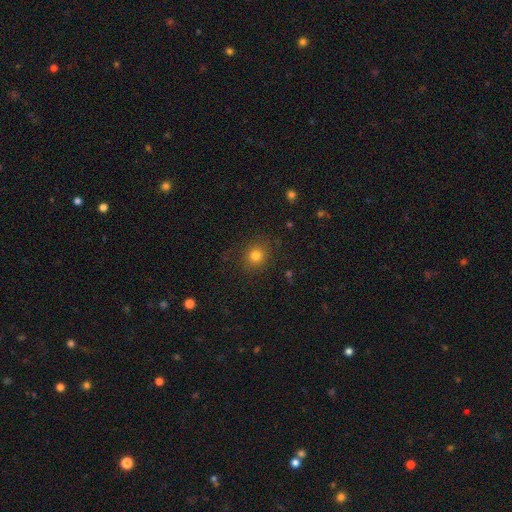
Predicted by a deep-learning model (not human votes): A smooth galaxy with no disk features (79%) that is round (85%).

Vote fractions:
- Smooth or featured? smooth: 79% / star or artifact: 14% / featured or disk: 7%
- How rounded? round: 85% / in between: 14% / cigar-shaped: 1%
- Merging? none: 87% / minor disturbance: 9% / major disturbance: 3% / merger: 1%